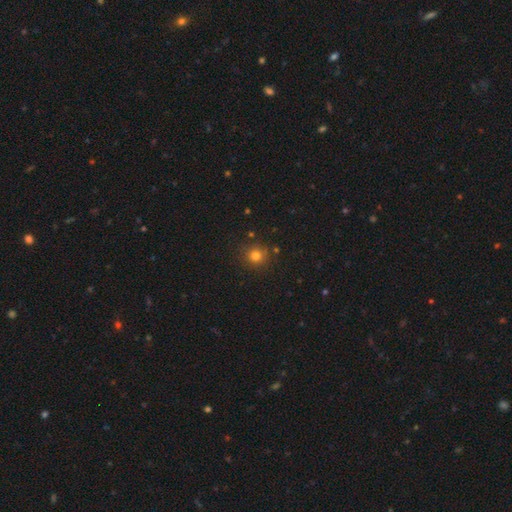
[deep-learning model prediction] Smooth or featured: smooth — 79% (star or artifact — 15%)
How rounded: round — 91% (in between — 8%)
Merging: none — 86% (minor disturbance — 9%)